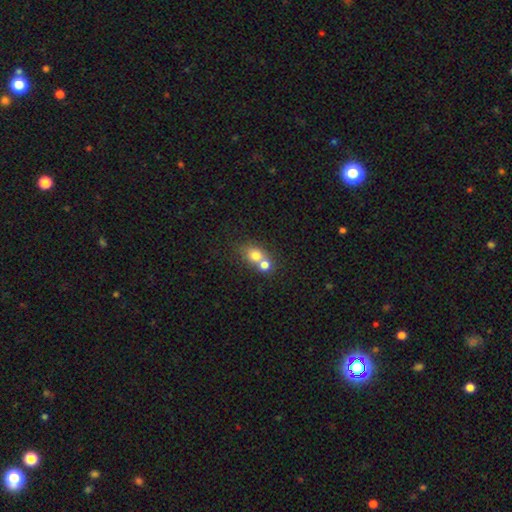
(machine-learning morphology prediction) smooth-or-featured: smooth: 73% | featured or disk: 16% | star or artifact: 11%
  how-rounded: round: 65% | in between: 34% | cigar-shaped: 1%
  merging: merger: 61% | none: 30% | minor disturbance: 6% | major disturbance: 3%